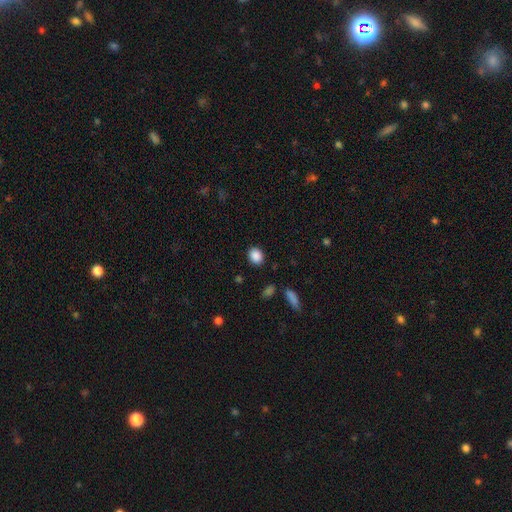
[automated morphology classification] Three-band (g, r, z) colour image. It shows a smooth galaxy with no disk features (88%) that is round (55%). Merging: none (87%).